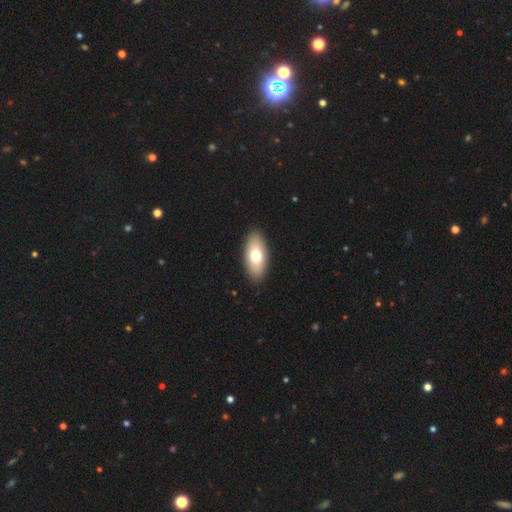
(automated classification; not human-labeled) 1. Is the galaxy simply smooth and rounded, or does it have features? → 70% smooth, 23% featured or disk, 6% star or artifact.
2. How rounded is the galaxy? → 90% in between, 7% cigar-shaped, 3% round.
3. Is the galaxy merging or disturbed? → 90% none, 7% minor disturbance, 2% major disturbance, 1% merger.